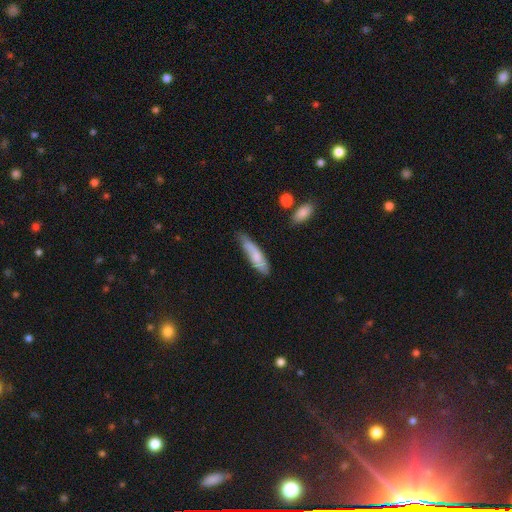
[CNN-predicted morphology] Smooth or featured: smooth — 68% (featured or disk — 26%)
How rounded: cigar-shaped — 68% (in between — 30%)
Merging: none — 62% (minor disturbance — 30%)